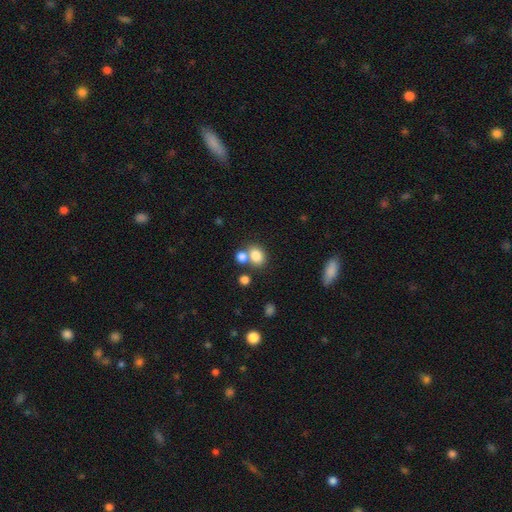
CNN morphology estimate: Smooth or featured?
  - smooth: 80% *
  - star or artifact: 11%
  - featured or disk: 8%
How rounded?
  - in between: 56% *
  - round: 42%
  - cigar-shaped: 1%
Merging?
  - none: 50% *
  - merger: 35%
  - minor disturbance: 10%
  - major disturbance: 4%